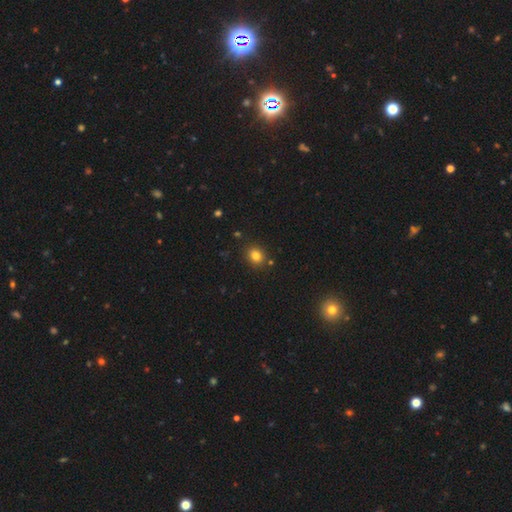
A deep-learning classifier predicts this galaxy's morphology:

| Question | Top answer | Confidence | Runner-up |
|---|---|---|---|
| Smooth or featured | smooth | 80% | star or artifact (13%) |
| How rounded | round | 73% | in between (26%) |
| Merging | none | 84% | minor disturbance (9%) |